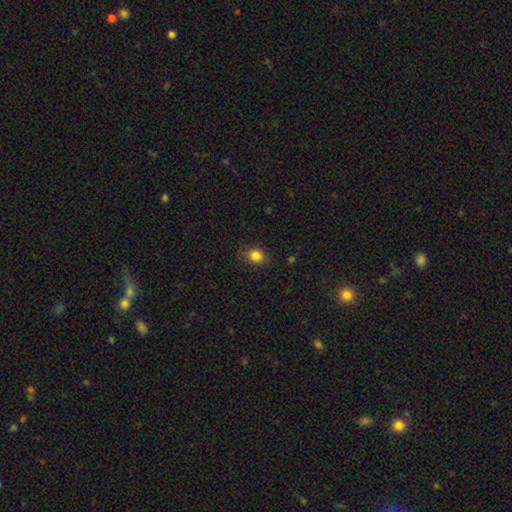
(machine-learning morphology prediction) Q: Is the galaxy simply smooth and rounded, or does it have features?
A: smooth — 84%.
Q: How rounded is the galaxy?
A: round — 53%.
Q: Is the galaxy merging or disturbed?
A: none — 83%.